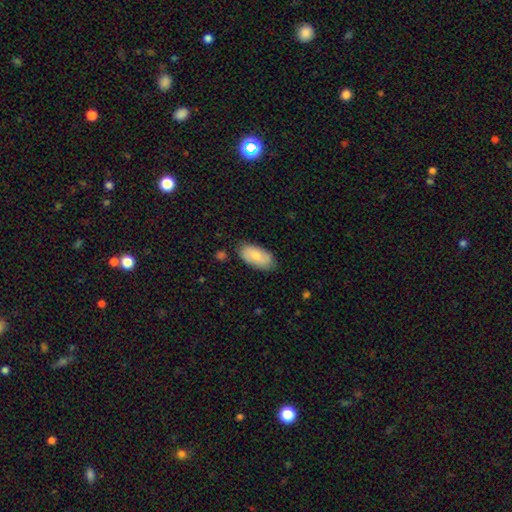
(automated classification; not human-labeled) Morphology: type=smooth (74%); roundness=in between (94%); merging=none (77%).